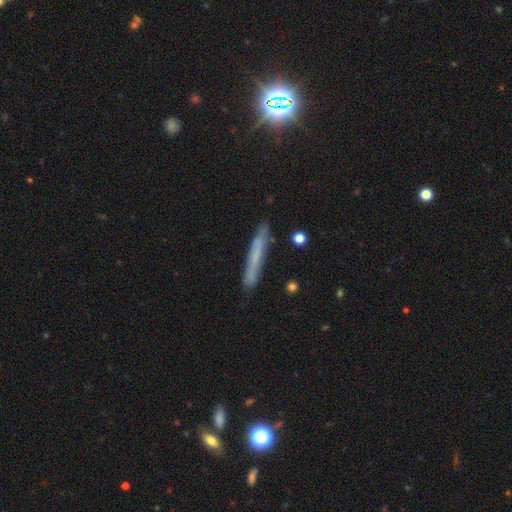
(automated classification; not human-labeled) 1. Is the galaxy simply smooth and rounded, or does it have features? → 55% smooth, 34% featured or disk, 11% star or artifact.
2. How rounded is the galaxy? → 95% cigar-shaped, 3% in between, 2% round.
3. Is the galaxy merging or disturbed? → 83% none, 12% minor disturbance, 2% major disturbance, 2% merger.